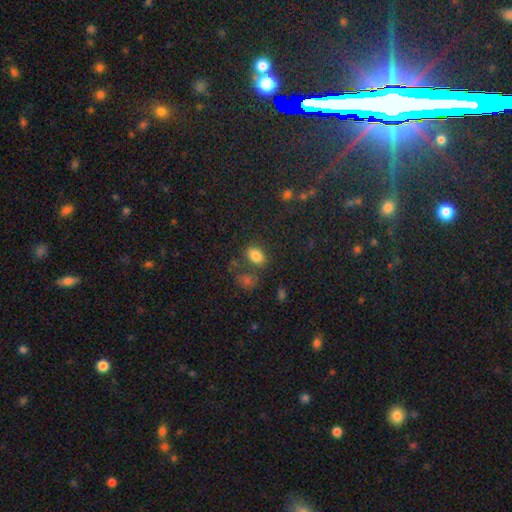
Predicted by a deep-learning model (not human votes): This is clearly a smooth galaxy (82%). How rounded: clearly in between (83%). Merging: likely none (70%).